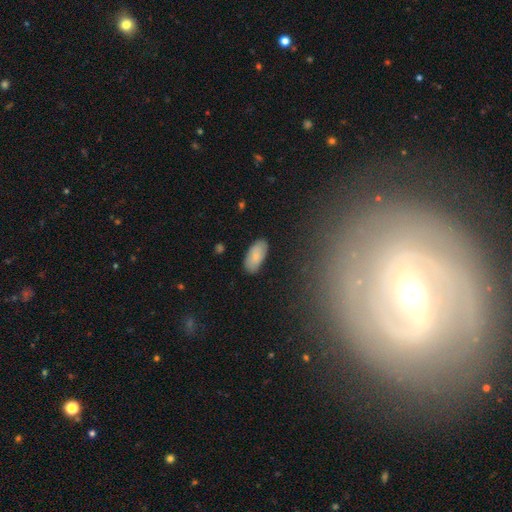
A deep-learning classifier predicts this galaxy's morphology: type=smooth (79%); roundness=in between (93%); merging=none (82%).